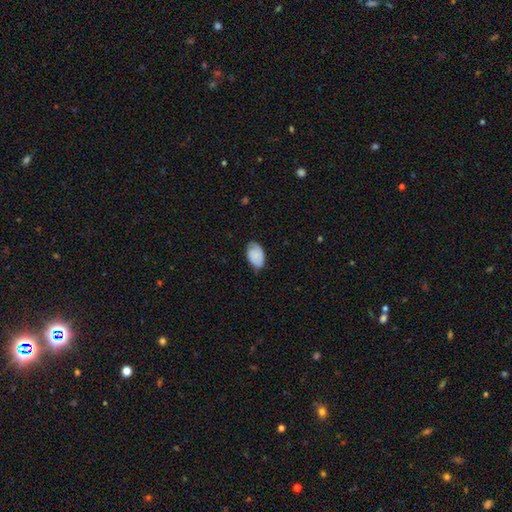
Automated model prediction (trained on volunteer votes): Smooth or featured?
  - smooth: 75% *
  - featured or disk: 18%
  - star or artifact: 7%
How rounded?
  - in between: 92% *
  - round: 7%
  - cigar-shaped: 1%
Merging?
  - none: 67% *
  - minor disturbance: 27%
  - major disturbance: 5%
  - merger: 1%